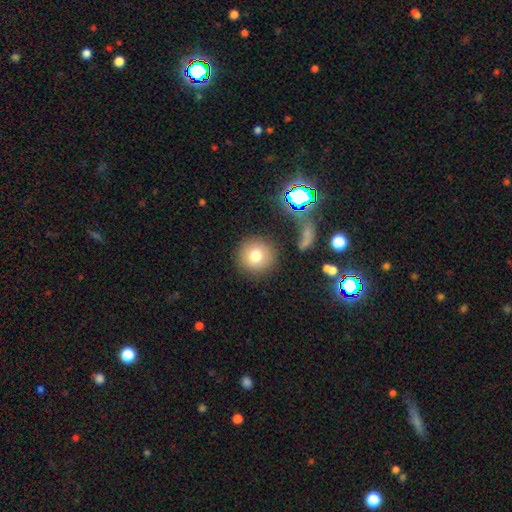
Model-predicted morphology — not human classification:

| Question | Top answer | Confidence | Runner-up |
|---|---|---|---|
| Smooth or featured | smooth | 77% | star or artifact (12%) |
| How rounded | round | 93% | in between (6%) |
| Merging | none | 85% | minor disturbance (8%) |